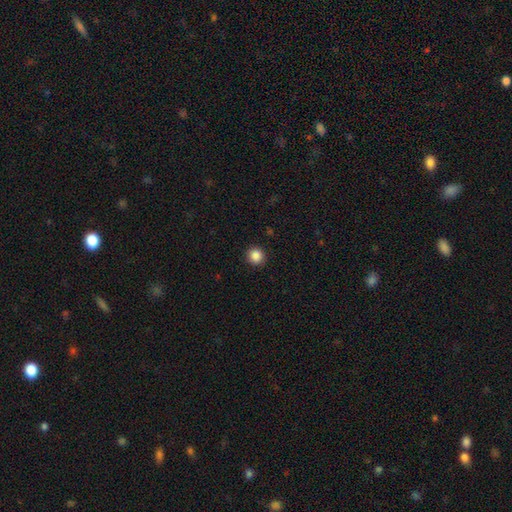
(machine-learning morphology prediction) smooth_or_featured: smooth (p=0.87) [alt: star or artifact p=0.10]
how_rounded: round (p=0.94) [alt: in between p=0.05]
merging: none (p=0.92) [alt: minor disturbance p=0.05]